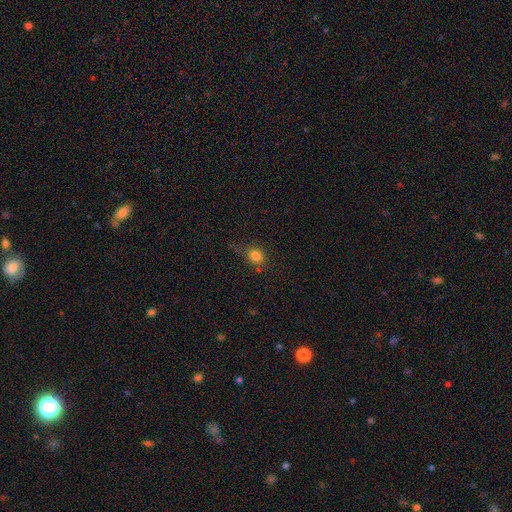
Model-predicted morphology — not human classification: This is clearly a smooth galaxy (81%). How rounded: likely round (76%). Merging: likely none (63%).